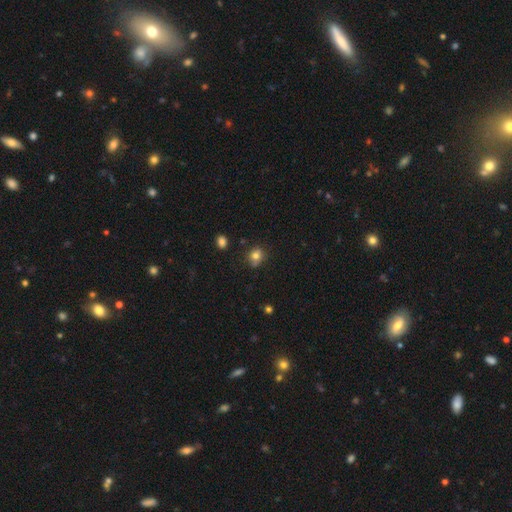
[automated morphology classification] smooth_or_featured: smooth (p=0.78) [alt: star or artifact p=0.13]
how_rounded: round (p=0.71) [alt: in between p=0.28]
merging: none (p=0.66) [alt: minor disturbance p=0.23]